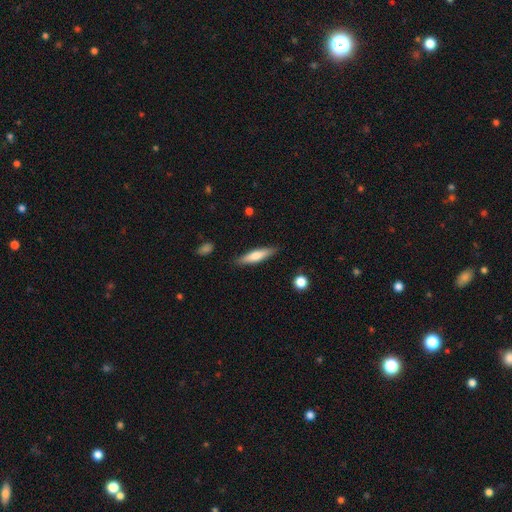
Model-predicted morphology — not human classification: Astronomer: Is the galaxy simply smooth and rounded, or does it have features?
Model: smooth — 62%.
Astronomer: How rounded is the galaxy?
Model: cigar-shaped — 79%.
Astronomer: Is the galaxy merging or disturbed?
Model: none — 87%.